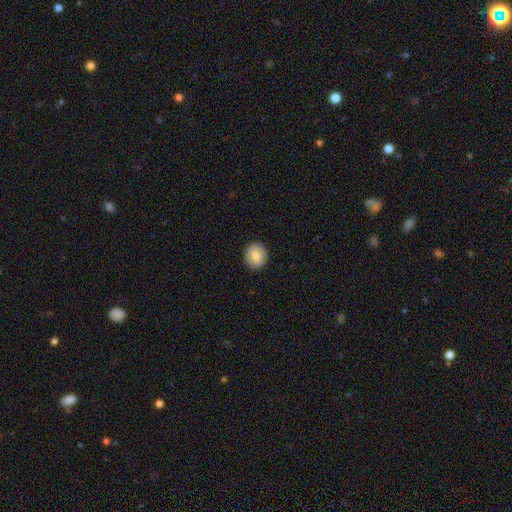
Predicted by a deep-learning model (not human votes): This is clearly a smooth galaxy (83%). How rounded: clearly round (84%). Merging: clearly none (91%).